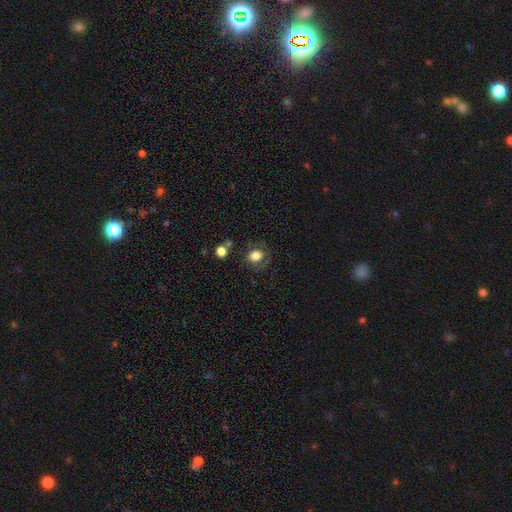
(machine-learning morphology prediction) smooth 77%, featured or disk 12%, star or artifact 11%. Down the decision tree: how rounded — round (61%); merging — none (73%).